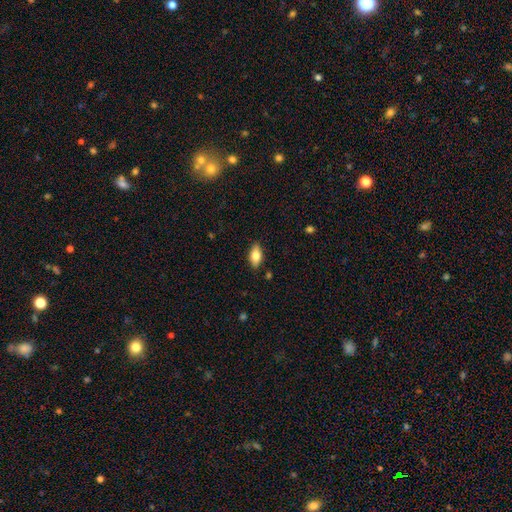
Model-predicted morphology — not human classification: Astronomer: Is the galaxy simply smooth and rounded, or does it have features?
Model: smooth — 79%.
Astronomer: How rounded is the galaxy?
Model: in between — 89%.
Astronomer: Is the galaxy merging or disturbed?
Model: none — 86%.